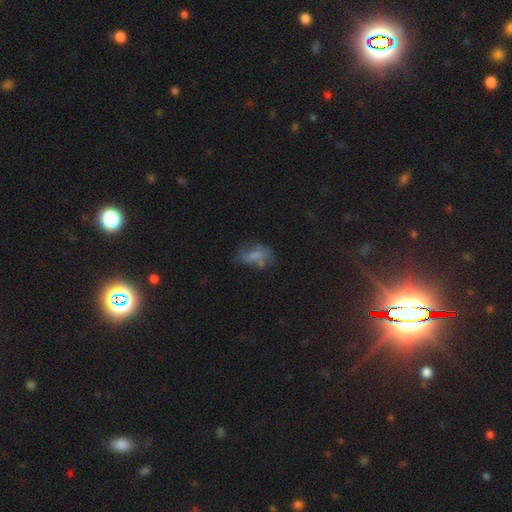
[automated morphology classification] type=smooth (44%); merging=none (40%).